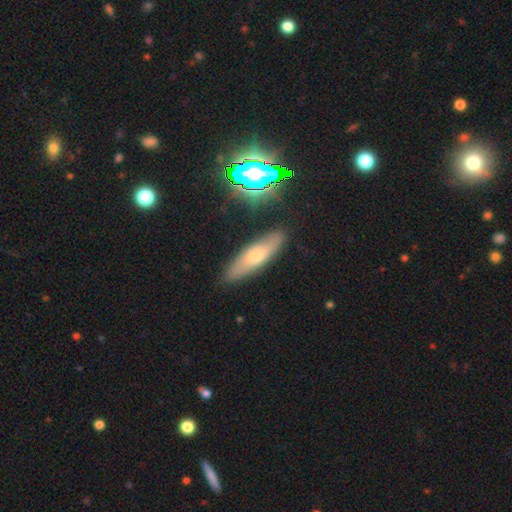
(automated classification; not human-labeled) Overall: smooth (57%; featured or disk 33%). How rounded: cigar-shaped (62%; in between 35%). Merging: none (85%).